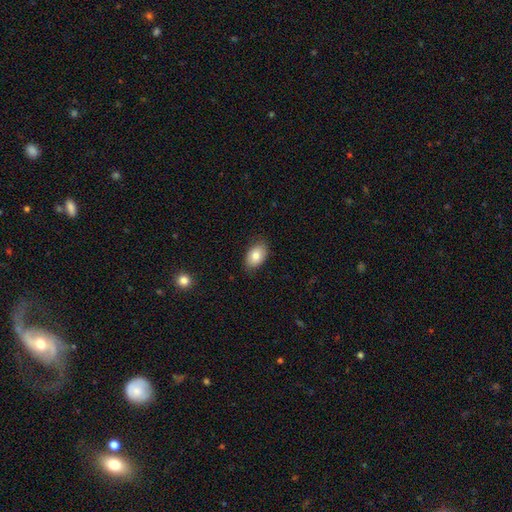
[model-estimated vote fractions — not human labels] This appears to be a smooth galaxy with no disk features (81%) that is in between round and cigar-shaped (89%). Merging: none (82%).